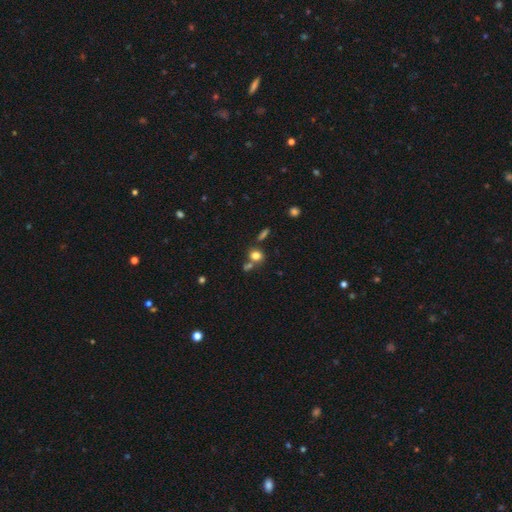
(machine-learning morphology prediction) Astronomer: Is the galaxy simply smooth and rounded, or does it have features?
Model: smooth — 77%.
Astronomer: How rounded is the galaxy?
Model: round — 71%.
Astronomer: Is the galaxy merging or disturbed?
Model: none — 57%.